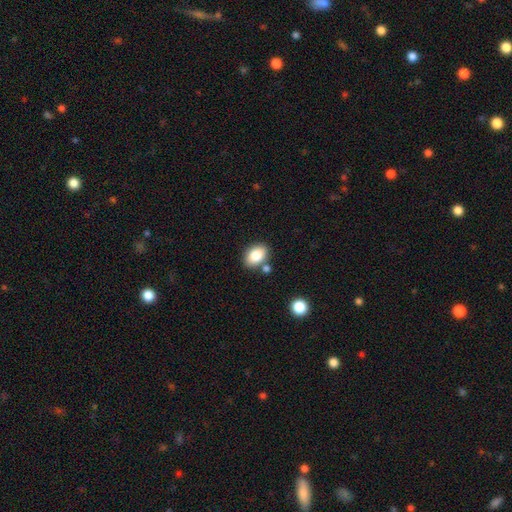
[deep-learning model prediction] Overall: smooth (83%). How rounded: in between (83%). Merging: none (77%).